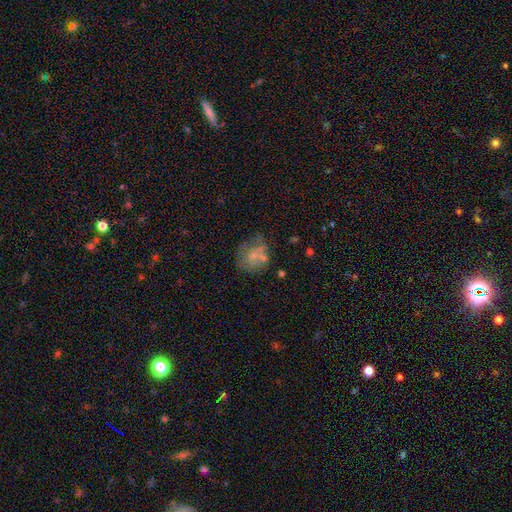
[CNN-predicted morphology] type=smooth (54%); roundness=round (62%); merging=none (40%).